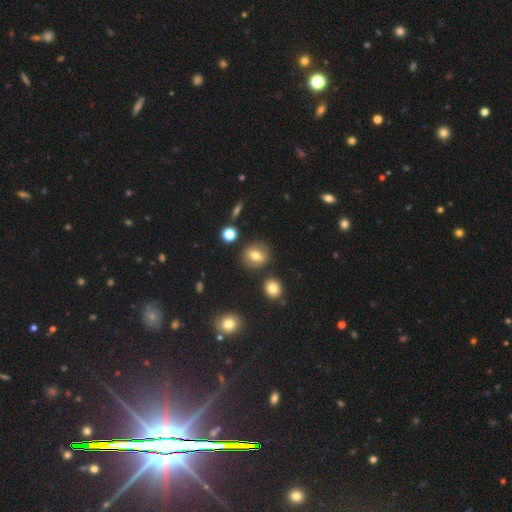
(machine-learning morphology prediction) Overall: smooth (67%). How rounded: round (74%). Merging: none (83%).